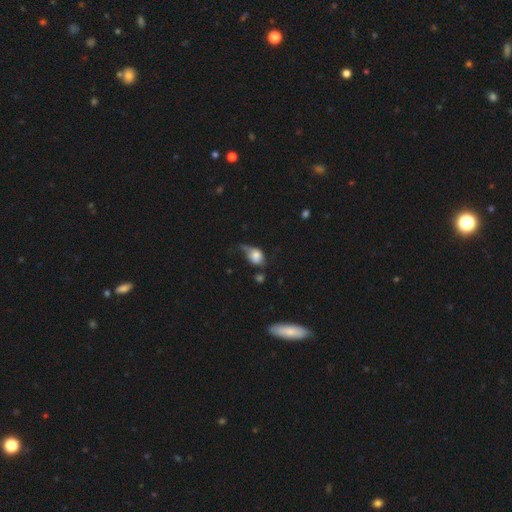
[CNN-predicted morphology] This appears to be a smooth galaxy with no disk features (71%) that is in between round and cigar-shaped (62%). Merging: minor disturbance (36%).